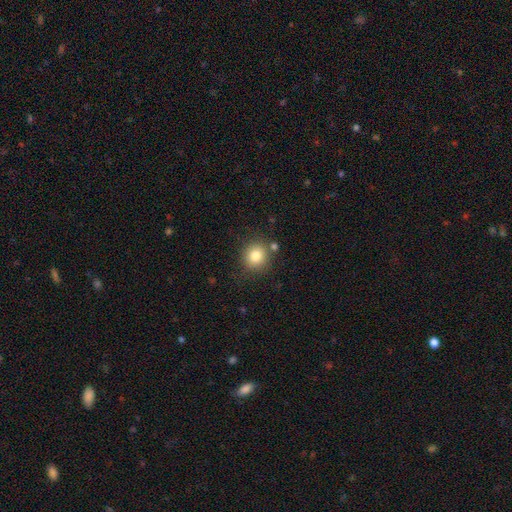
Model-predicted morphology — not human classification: type=smooth (81%); roundness=round (87%); merging=none (80%).